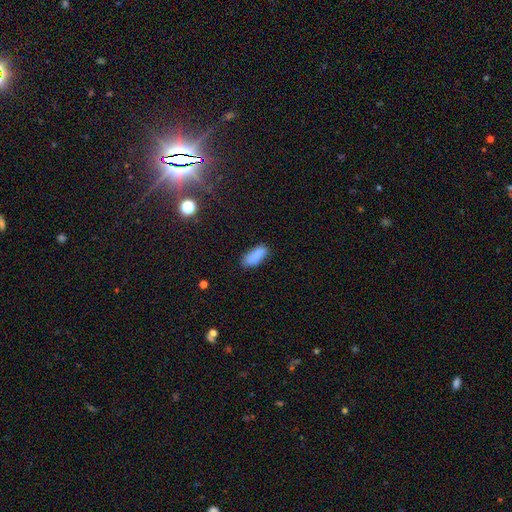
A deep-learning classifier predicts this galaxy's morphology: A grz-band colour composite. It shows a smooth galaxy with no disk features (87%) that is in between round and cigar-shaped (83%). Merging: none (79%).